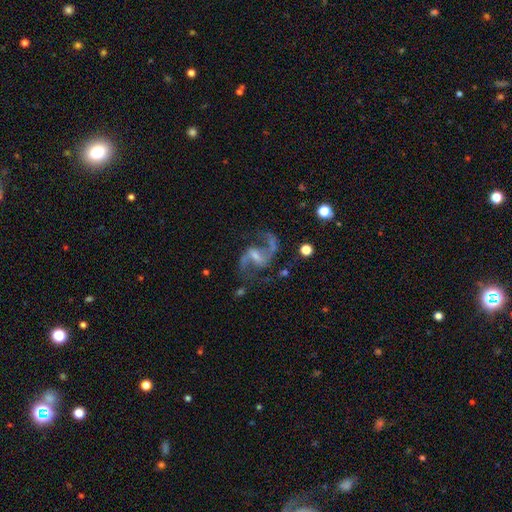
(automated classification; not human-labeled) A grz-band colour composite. It shows a featured or disk galaxy (91%) with a weak bar (52%), 2 (93%) loose (50%) spiral arms (97%) and a small central bulge (51%). Merging: none (72%).